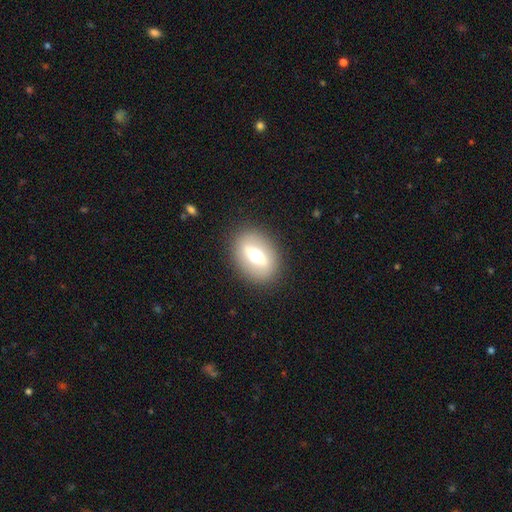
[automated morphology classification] Q: Smooth or featured?
A: smooth (46%); runner-up: featured or disk (45%)
Q: Merging?
A: none (87%); runner-up: minor disturbance (8%)